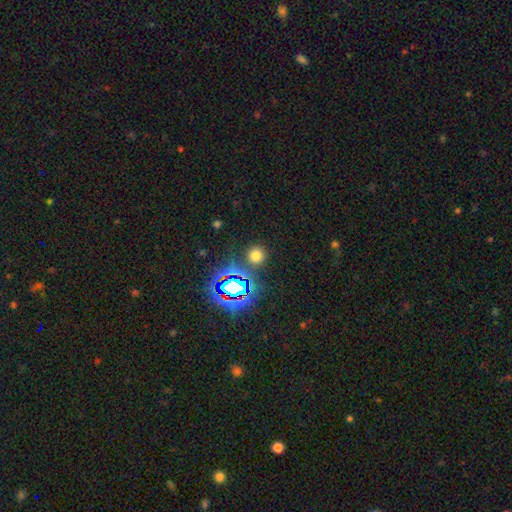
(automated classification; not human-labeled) The model was most divided on "smooth or featured": smooth: 64%, star or artifact: 29%, featured or disk: 6%. More confident: how rounded — round (91%); merging — none (86%).